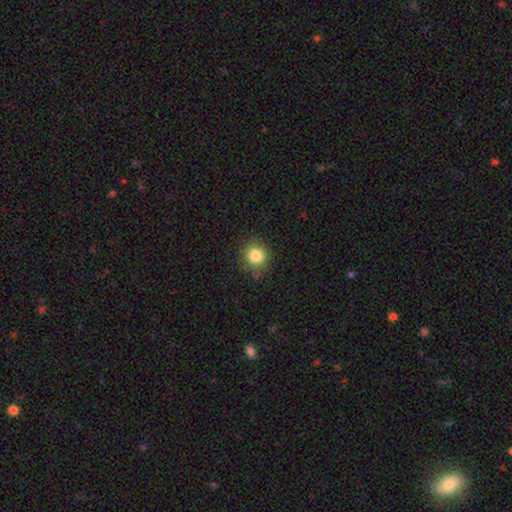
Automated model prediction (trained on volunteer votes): Overall: smooth (84%). How rounded: round (89%). Merging: none (86%).